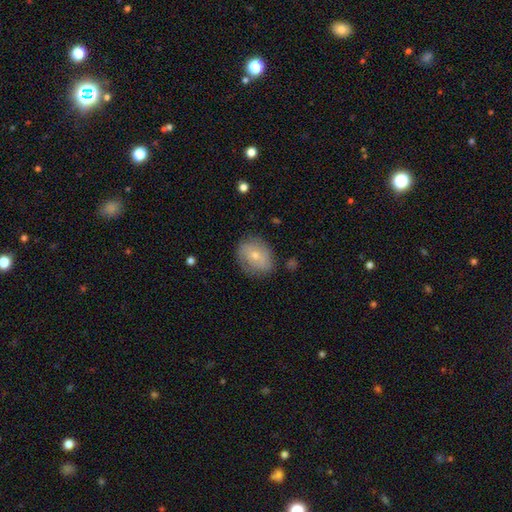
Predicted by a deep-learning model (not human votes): Morphology: type=smooth (53%); roundness=round (51%); merging=none (72%).